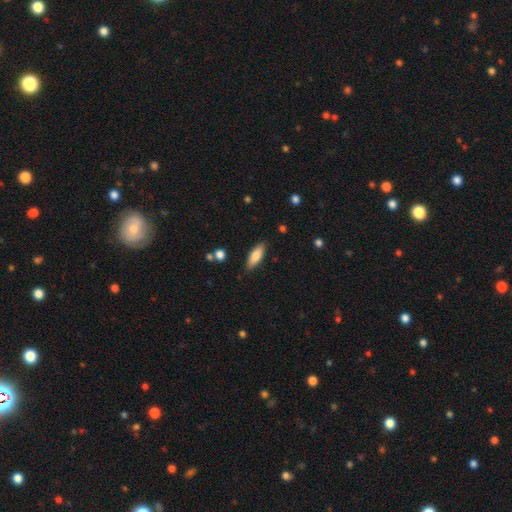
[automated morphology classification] smooth 79%, featured or disk 15%, star or artifact 6%. Down the decision tree: how rounded — in between (62%); merging — none (86%).